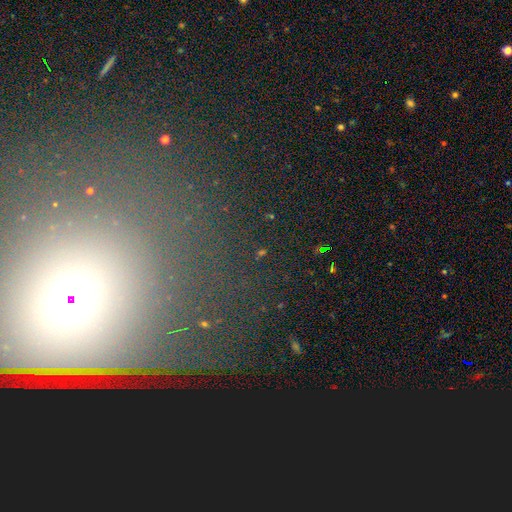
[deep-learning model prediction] smooth-or-featured: star or artifact: 47% | smooth: 34% | featured or disk: 19%